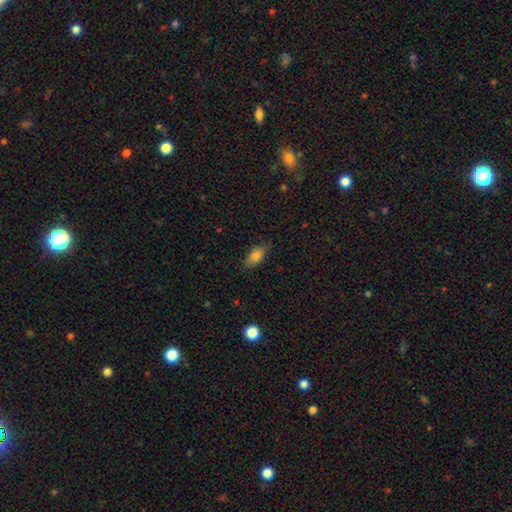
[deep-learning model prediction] Smooth or featured? Predicted: smooth (p=0.82). How rounded? Predicted: in between (p=0.90). Merging? Predicted: none (p=0.81).